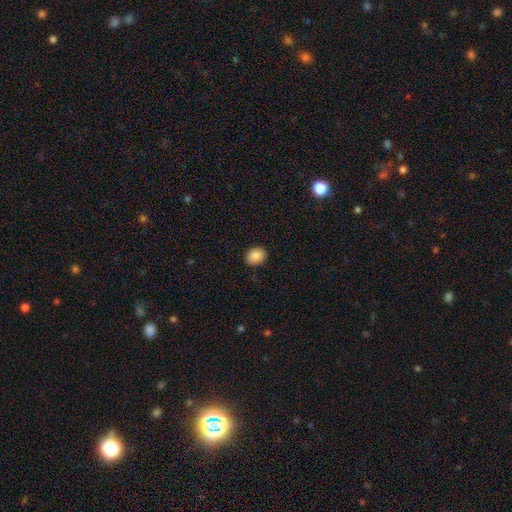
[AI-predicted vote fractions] Smooth or featured?
  - smooth: 88% *
  - star or artifact: 8%
  - featured or disk: 4%
How rounded?
  - in between: 53% *
  - round: 46%
  - cigar-shaped: 1%
Merging?
  - none: 89% *
  - minor disturbance: 8%
  - major disturbance: 2%
  - merger: 1%